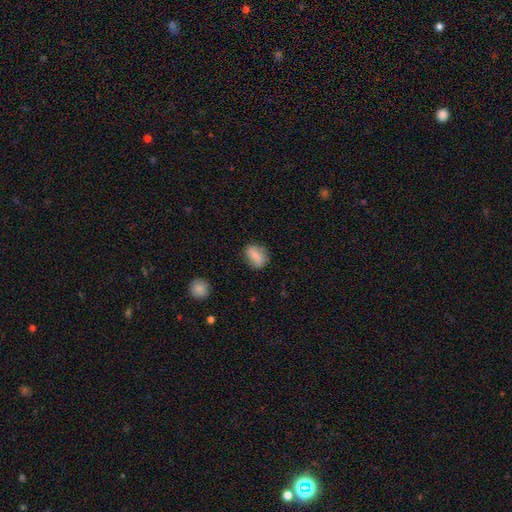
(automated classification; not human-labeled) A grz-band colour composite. It shows a smooth galaxy with no disk features (73%) that is in between round and cigar-shaped (62%). Merging: none (75%).